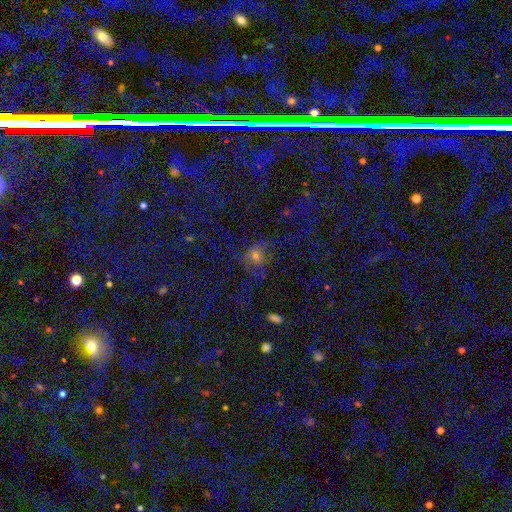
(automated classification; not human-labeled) Morphology: type=smooth (43%); merging=none (54%).